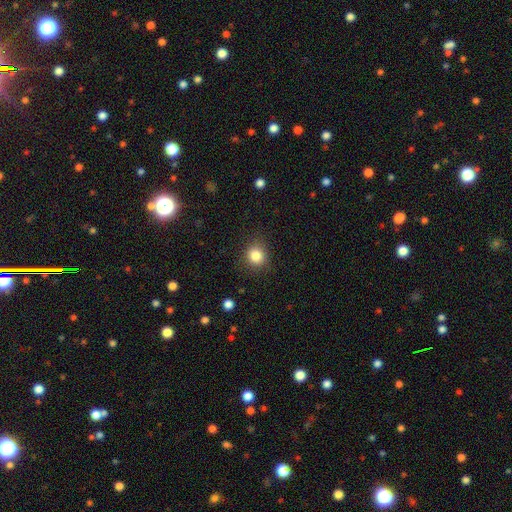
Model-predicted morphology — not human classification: smooth-or-featured: smooth: 84% | star or artifact: 11% | featured or disk: 5%
  how-rounded: round: 86% | in between: 13% | cigar-shaped: 1%
  merging: none: 86% | minor disturbance: 10% | major disturbance: 3% | merger: 1%